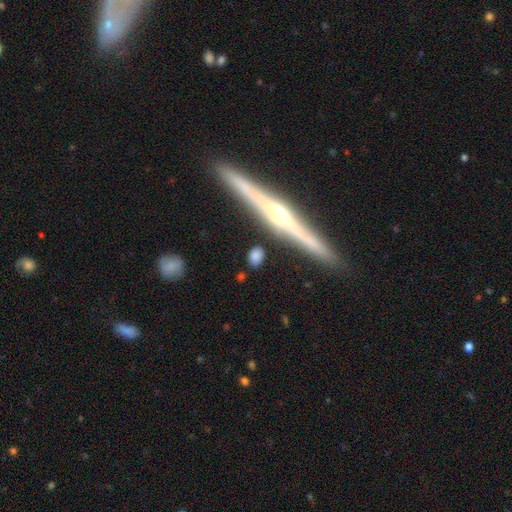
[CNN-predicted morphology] smooth 77%, featured or disk 16%, star or artifact 7%. Down the decision tree: how rounded — in between (56%); merging — none (81%).